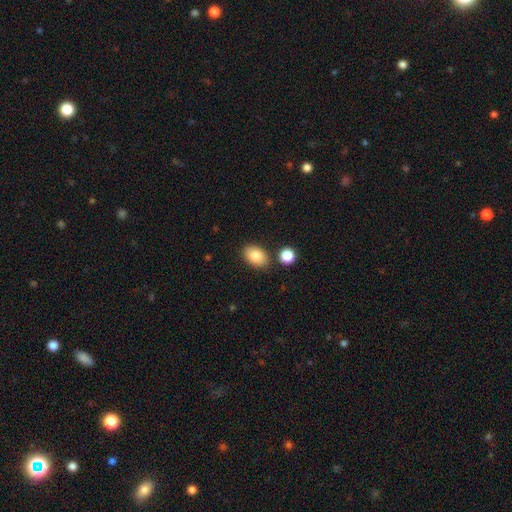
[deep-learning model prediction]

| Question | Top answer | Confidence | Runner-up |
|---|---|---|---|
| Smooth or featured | smooth | 84% | featured or disk (8%) |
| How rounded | in between | 85% | round (14%) |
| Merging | none | 83% | minor disturbance (10%) |